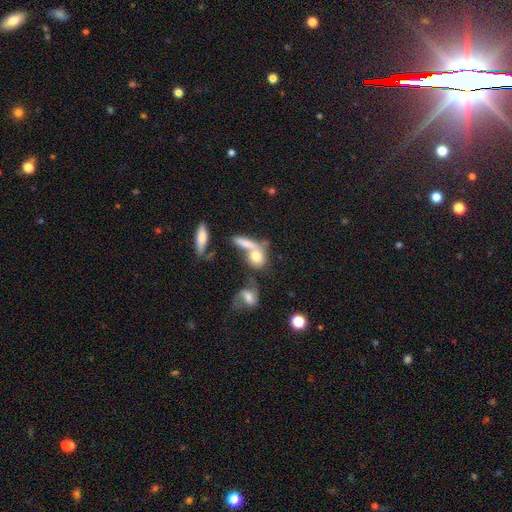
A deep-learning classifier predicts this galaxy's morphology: Smooth or featured? Predicted: smooth (p=0.70). How rounded? Predicted: in between (p=0.47). Merging? Predicted: merger (p=0.47).